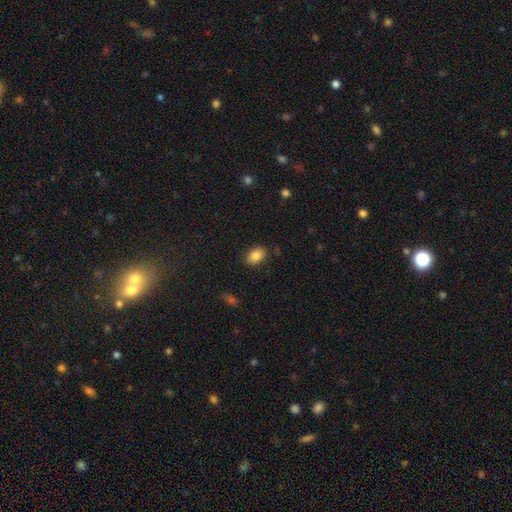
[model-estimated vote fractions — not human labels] This appears to be a smooth galaxy with no disk features (84%) that is in between round and cigar-shaped (86%). Merging: none (85%).